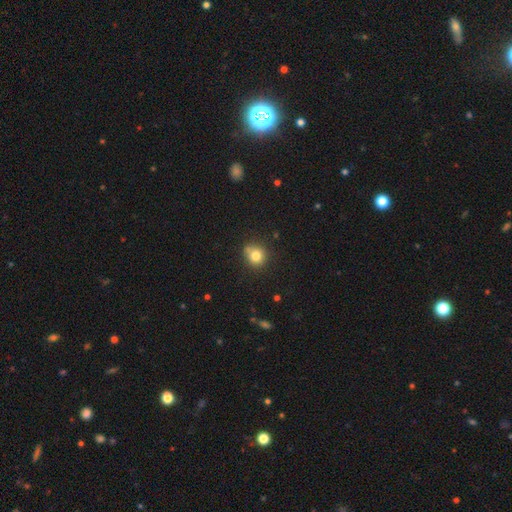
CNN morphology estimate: smooth 79%, star or artifact 12%, featured or disk 9%. Down the decision tree: how rounded — round (87%); merging — none (71%).